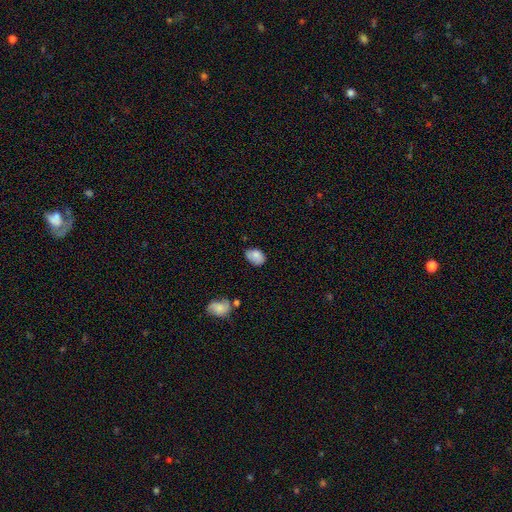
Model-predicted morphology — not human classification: Smooth or featured? smooth (81%)
How rounded? in between (86%)
Merging? none (57%)